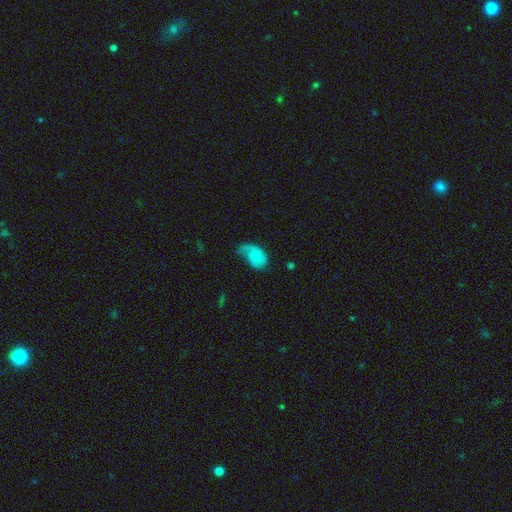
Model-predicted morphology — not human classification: smooth_or_featured: smooth (p=0.55) [alt: featured or disk p=0.37]
how_rounded: in between (p=0.88) [alt: round p=0.10]
merging: minor disturbance (p=0.34) [tied with: none p=0.34]